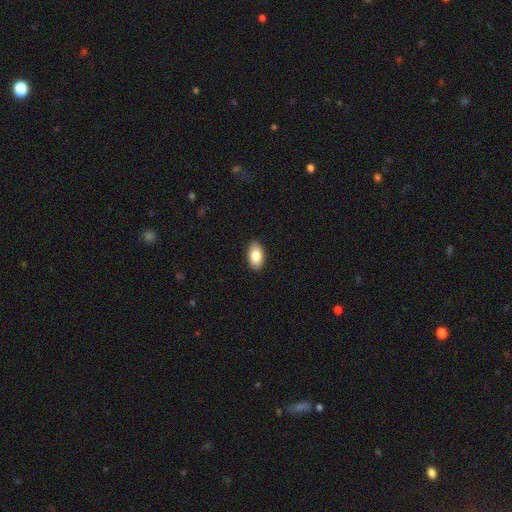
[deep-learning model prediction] Overall: smooth (85%). How rounded: in between (93%). Merging: none (90%).